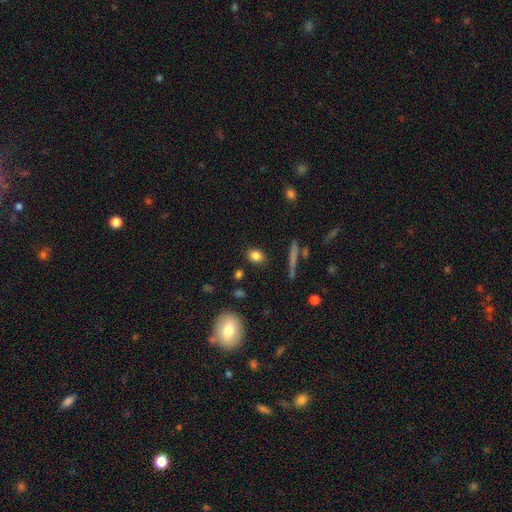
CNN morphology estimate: Smooth or featured? Predicted: smooth (p=0.83). How rounded? Predicted: in between (p=0.63). Merging? Predicted: none (p=0.85).